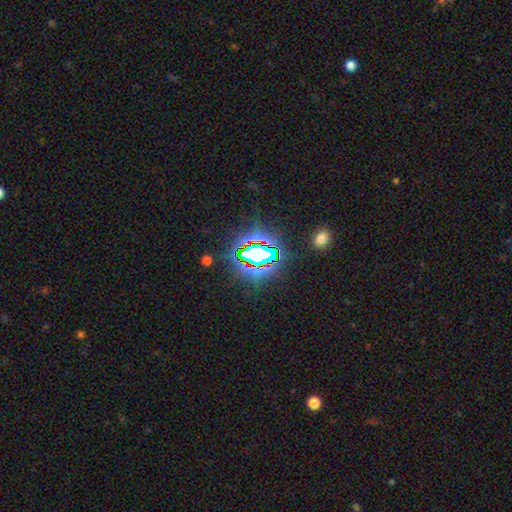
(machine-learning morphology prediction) This appears to be a star or artifact, not a galaxy (71%).